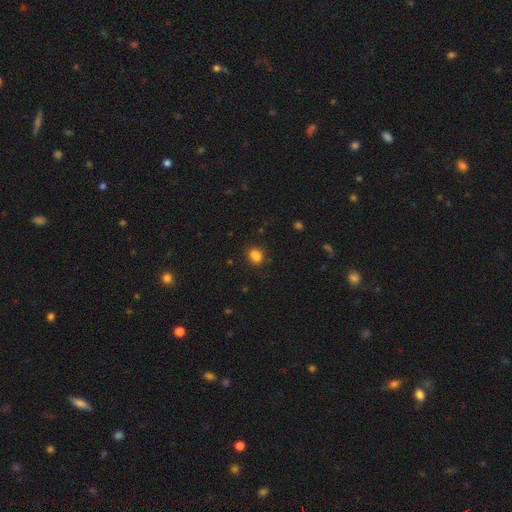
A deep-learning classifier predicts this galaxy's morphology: Overall: smooth (82%). How rounded: in between (52%; round 46%). Merging: none (70%).